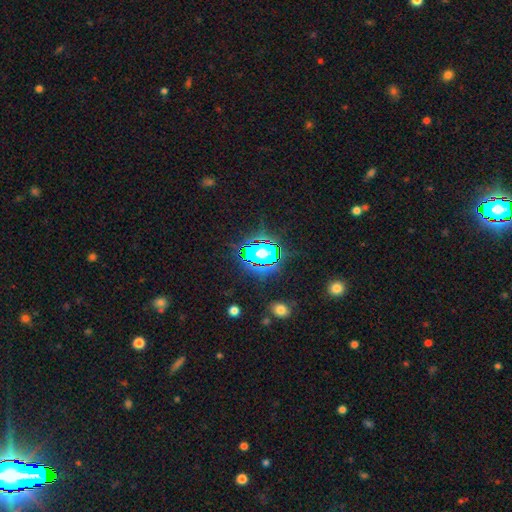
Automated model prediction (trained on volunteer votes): Smooth or featured: star or artifact — 76% (smooth — 15%)